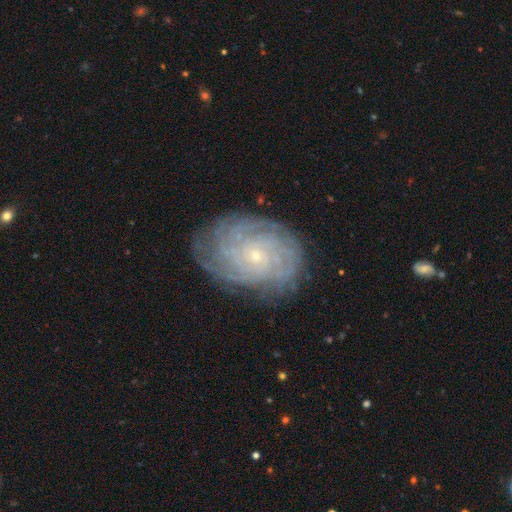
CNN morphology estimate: featured or disk 82%, smooth 10%, star or artifact 8%. Down the decision tree: edge-on disk — no (97%); bar — no (80%); spiral arms — yes (95%); spiral arm count — can't tell (33%); spiral winding — tight (81%); bulge size — small (86%); merging — none (80%).